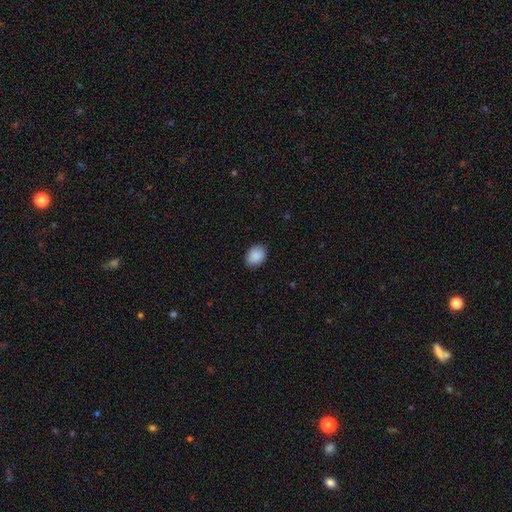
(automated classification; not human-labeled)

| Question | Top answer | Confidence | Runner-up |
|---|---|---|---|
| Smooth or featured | smooth | 90% | star or artifact (7%) |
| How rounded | in between | 69% | round (31%) |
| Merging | none | 88% | minor disturbance (9%) |